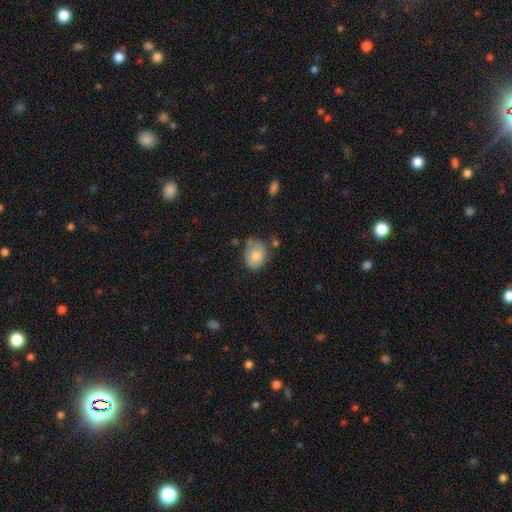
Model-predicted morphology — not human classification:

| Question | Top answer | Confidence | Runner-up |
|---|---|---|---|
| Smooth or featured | smooth | 78% | featured or disk (15%) |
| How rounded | in between | 54% | round (45%) |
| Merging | none | 57% | minor disturbance (29%) |